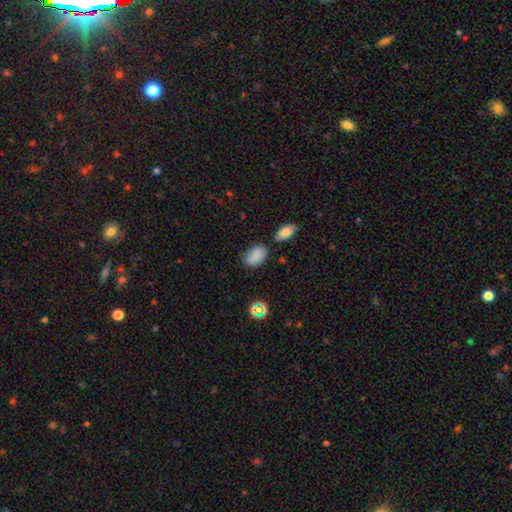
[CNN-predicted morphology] smooth 81%, star or artifact 11%, featured or disk 8%. Down the decision tree: how rounded — in between (89%); merging — none (63%).